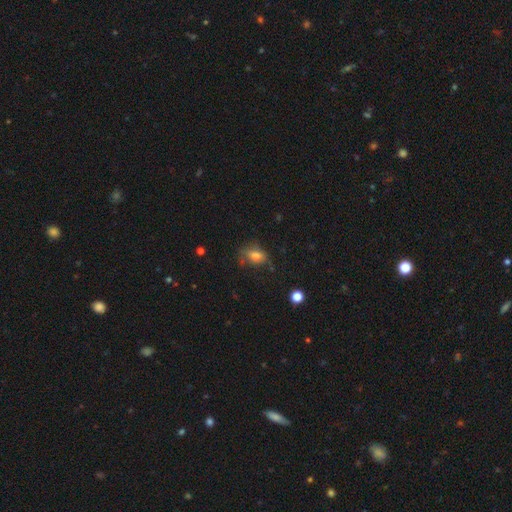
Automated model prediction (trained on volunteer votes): smooth 70%, featured or disk 17%, star or artifact 12%. Down the decision tree: how rounded — in between (79%); merging — none (56%).